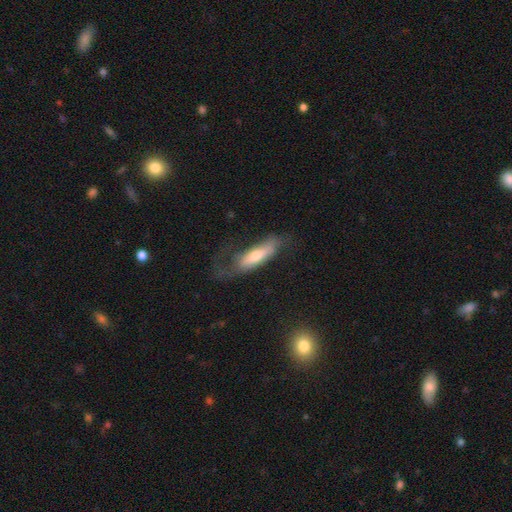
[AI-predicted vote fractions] The model was most divided on "merging": none: 39%, major disturbance: 35%, minor disturbance: 24%, merger: 2%. More confident: how rounded — cigar-shaped (57%); smooth or featured — smooth (52%).